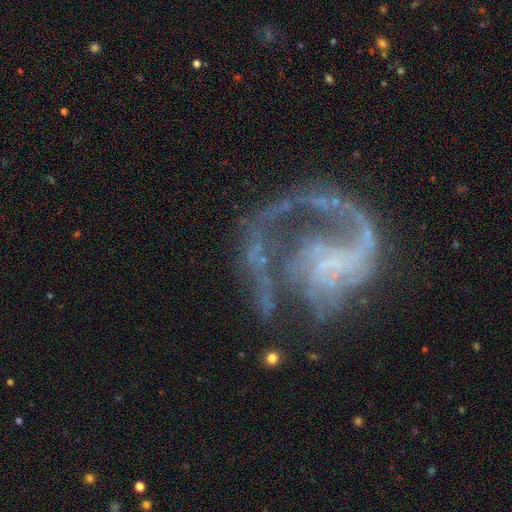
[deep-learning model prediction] Overall: featured or disk (82%). Edge-on disk: no (98%). Bar: no (56%; weak 32%). Spiral arms: yes (84%). Spiral arm count: 1 (48%; 2 22%). Spiral winding: loose (44%; medium 36%). Bulge size: none (60%; small 26%). Merging: major disturbance (45%; none 34%).